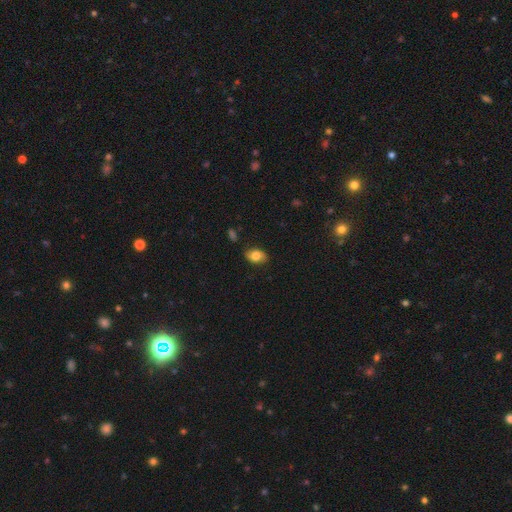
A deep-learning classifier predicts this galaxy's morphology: A smooth galaxy with no disk features (75%) that is in between round and cigar-shaped (84%). Merging: none (80%).